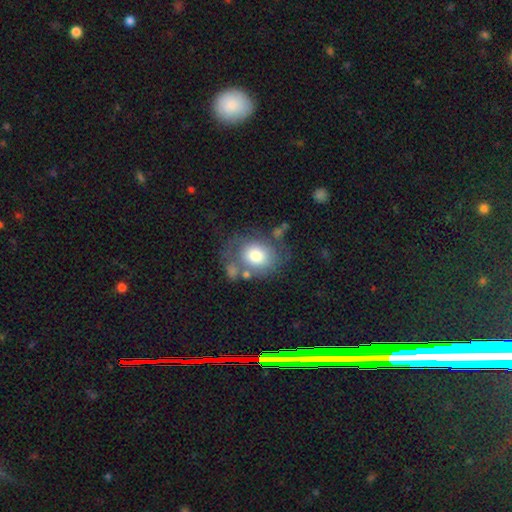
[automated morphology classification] A smooth galaxy with no disk features (62%) that is round (50%).

Vote fractions:
- Smooth or featured? smooth: 62% / featured or disk: 30% / star or artifact: 7%
- How rounded? round: 50% / in between: 49% / cigar-shaped: 1%
- Merging? none: 46% / minor disturbance: 24% / major disturbance: 19% / merger: 11%